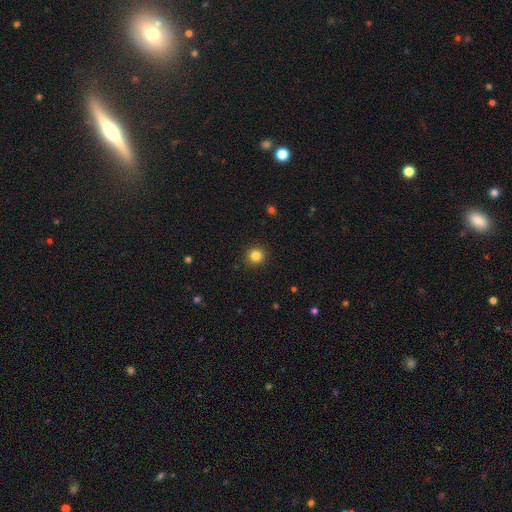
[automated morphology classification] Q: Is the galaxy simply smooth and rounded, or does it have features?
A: smooth — 84%.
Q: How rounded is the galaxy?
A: round — 93%.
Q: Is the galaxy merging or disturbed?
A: none — 92%.